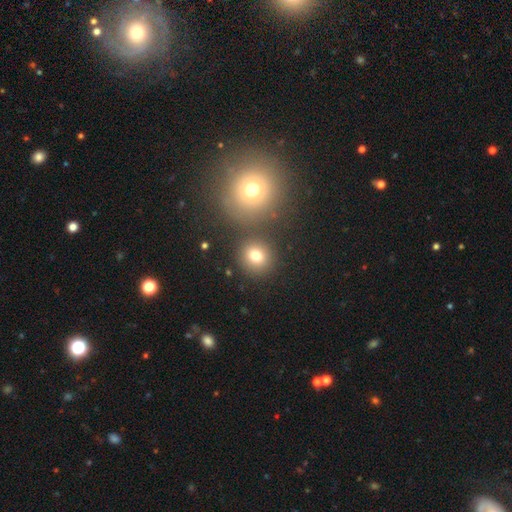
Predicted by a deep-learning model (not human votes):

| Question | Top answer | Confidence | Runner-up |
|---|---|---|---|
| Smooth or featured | smooth | 76% | star or artifact (15%) |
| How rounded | round | 87% | in between (12%) |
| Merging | none | 79% | merger (11%) |